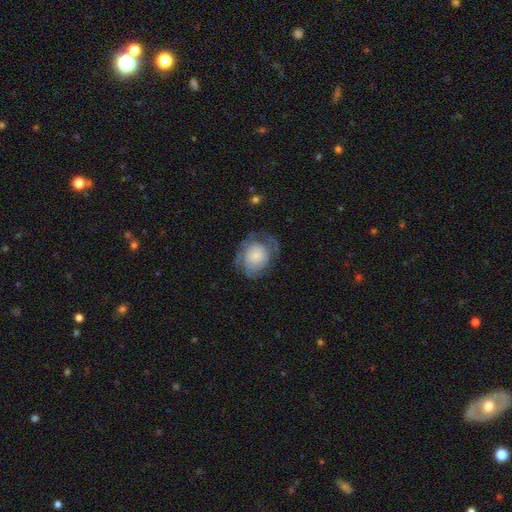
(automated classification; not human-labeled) Overall: featured or disk (55%; smooth 38%). Edge-on disk: no (97%). Bar: no (85%). Spiral arms: yes (75%). Bulge size: small (61%). Merging: none (56%; minor disturbance 24%).